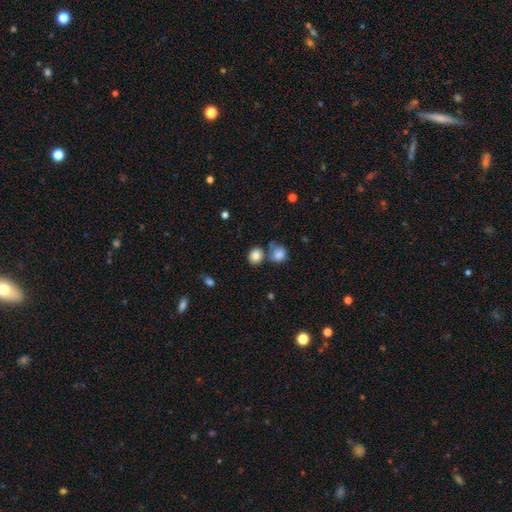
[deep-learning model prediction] Smooth or featured? Predicted: smooth (p=0.83). How rounded? Predicted: round (p=0.63). Merging? Predicted: none (p=0.59).